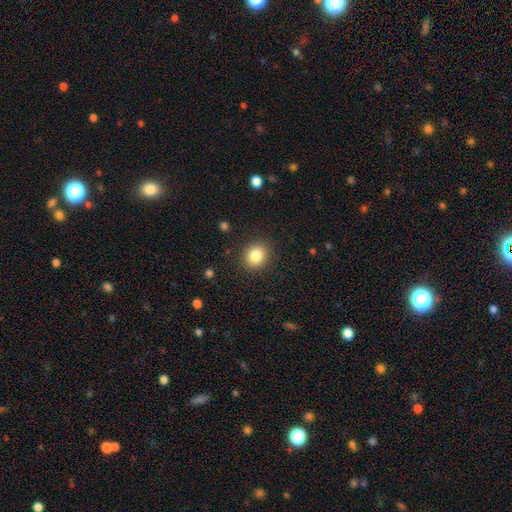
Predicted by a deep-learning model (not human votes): Smooth or featured: smooth — 83% (star or artifact — 10%)
How rounded: round — 72% (in between — 27%)
Merging: none — 89% (minor disturbance — 7%)